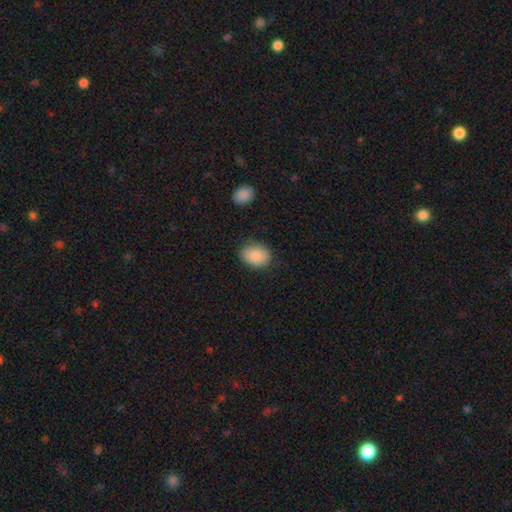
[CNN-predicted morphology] Smooth or featured: smooth — 87% (star or artifact — 7%)
How rounded: in between — 70% (round — 29%)
Merging: none — 79% (minor disturbance — 16%)